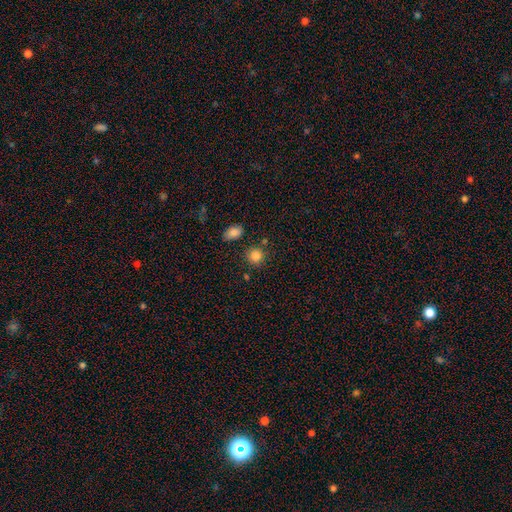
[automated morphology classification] This is clearly a smooth galaxy (84%). How rounded: clearly round (88%). Merging: likely none (80%).